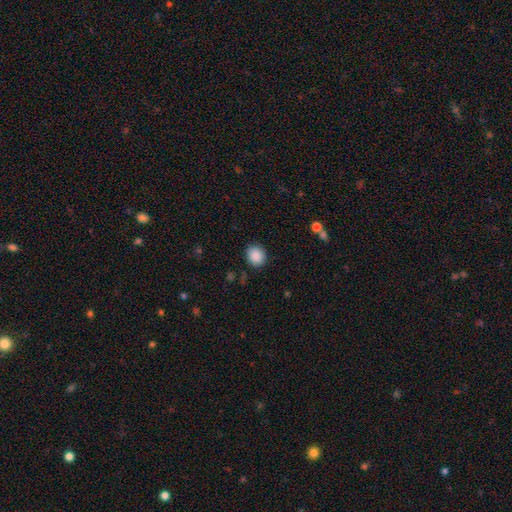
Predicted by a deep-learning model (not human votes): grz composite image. It shows a smooth galaxy with no disk features (89%) that is round (75%). Merging: none (87%).